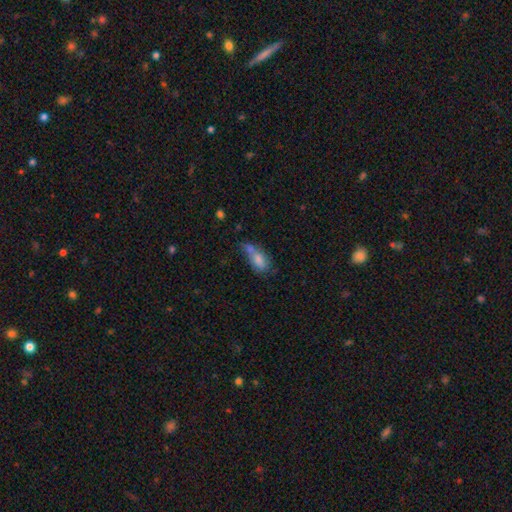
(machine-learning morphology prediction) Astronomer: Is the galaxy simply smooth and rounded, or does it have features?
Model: smooth — 73%.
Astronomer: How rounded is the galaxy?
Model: in between — 83%.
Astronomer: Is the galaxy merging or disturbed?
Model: merger — 39% (runner-up: none, 30%).